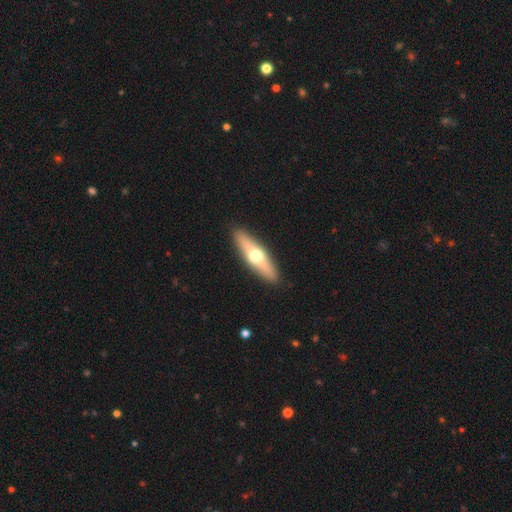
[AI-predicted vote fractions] A featured or disk galaxy (49%).

Vote fractions:
- Smooth or featured? featured or disk: 49% / smooth: 46% / star or artifact: 5%
- Merging? none: 91% / minor disturbance: 7% / major disturbance: 2% / merger: 1%